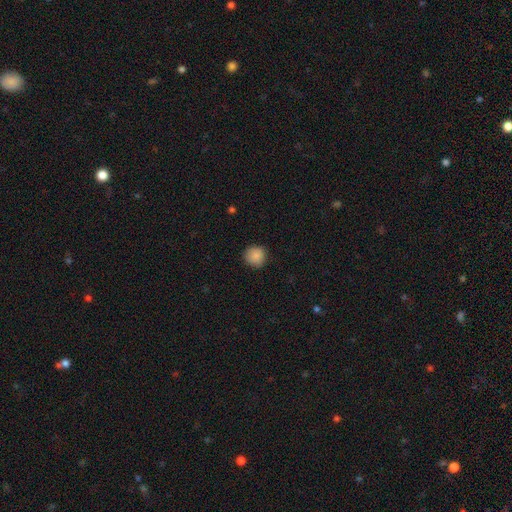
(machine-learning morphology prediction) smooth-or-featured: smooth: 86% | star or artifact: 9% | featured or disk: 5%
  how-rounded: round: 92% | in between: 7% | cigar-shaped: 1%
  merging: none: 86% | minor disturbance: 11% | major disturbance: 2% | merger: 1%